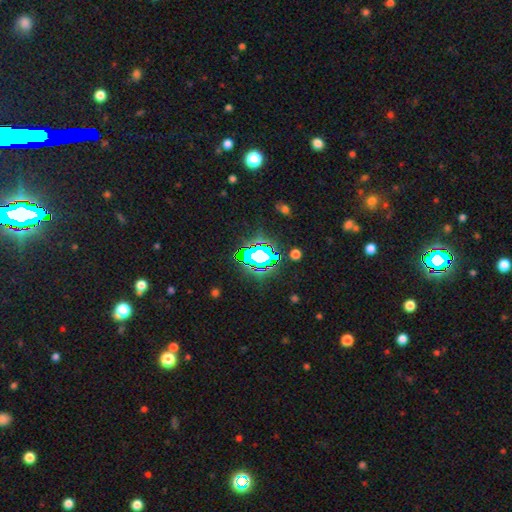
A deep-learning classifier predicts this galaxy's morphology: smooth_or_featured: star or artifact (p=0.76) [alt: smooth p=0.15]